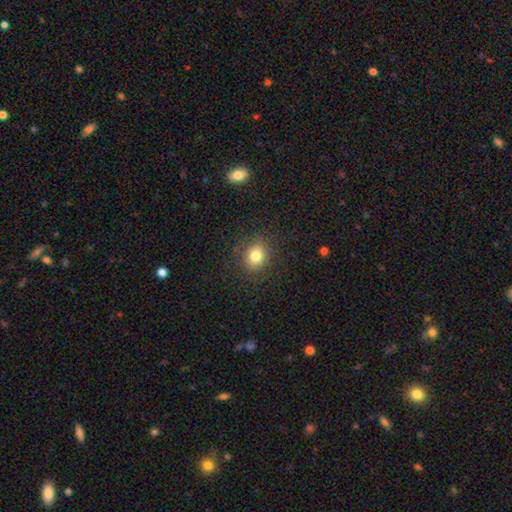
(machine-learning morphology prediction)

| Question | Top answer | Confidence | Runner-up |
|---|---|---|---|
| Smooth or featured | smooth | 81% | star or artifact (12%) |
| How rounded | round | 70% | in between (29%) |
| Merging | none | 87% | minor disturbance (9%) |